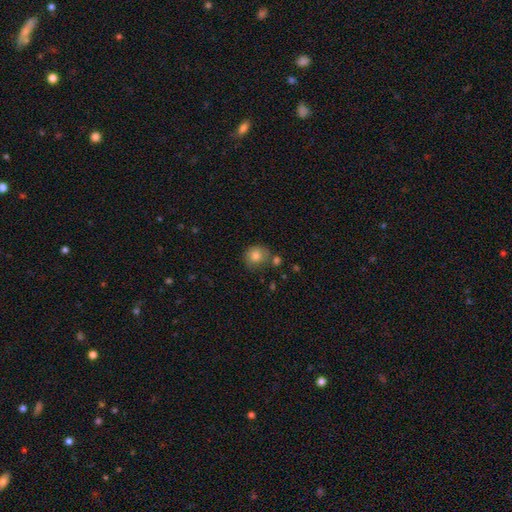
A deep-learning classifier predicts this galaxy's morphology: Smooth or featured? smooth (81%)
How rounded? round (76%)
Merging? none (62%)